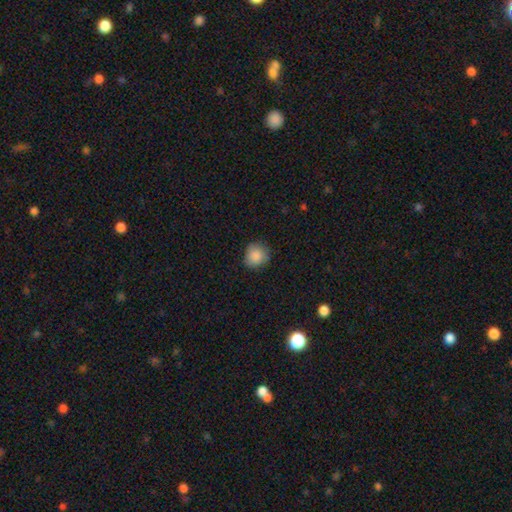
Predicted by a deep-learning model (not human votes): A smooth galaxy with no disk features (86%) that is round (82%). Merging: none (76%).